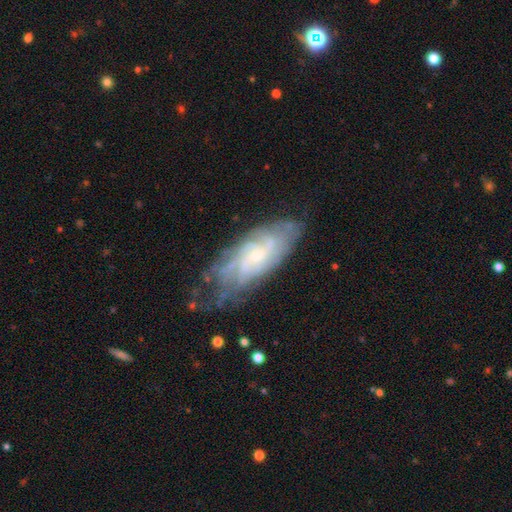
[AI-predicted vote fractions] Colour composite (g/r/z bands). It shows a featured or disk galaxy (75%) with no bar (59%), tight (55%) spiral arms (89%) and a small central bulge (54%). Merging: none (60%).